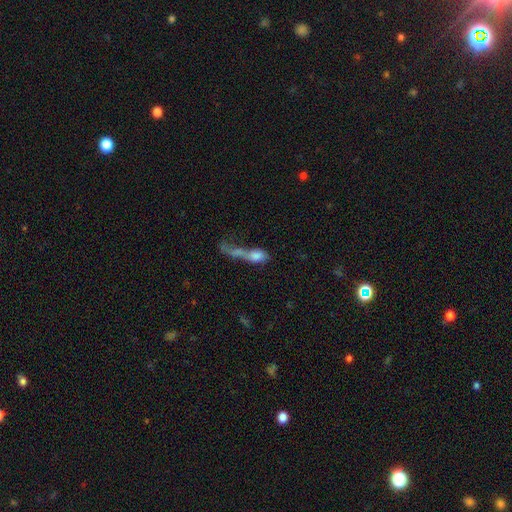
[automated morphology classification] A smooth galaxy with no disk features (63%) that is in between round and cigar-shaped (61%). Merging: merger (50%).